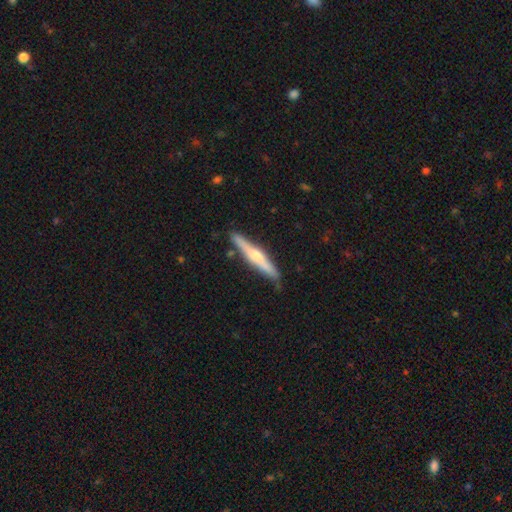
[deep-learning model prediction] Smooth or featured? Predicted: featured or disk (p=0.64). Edge-on disk? Predicted: yes (p=0.97). Edge-on bulge? Predicted: rounded (p=0.86). Merging? Predicted: none (p=0.86).